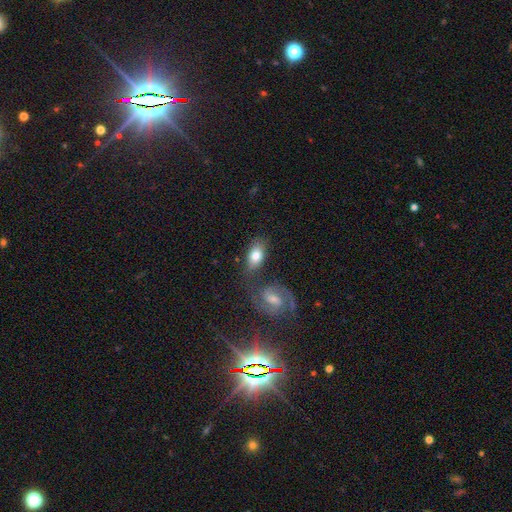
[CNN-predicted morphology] smooth_or_featured: smooth (p=0.73) [alt: featured or disk p=0.21]
how_rounded: in between (p=0.88) [alt: round p=0.08]
merging: none (p=0.62) [alt: merger p=0.18]